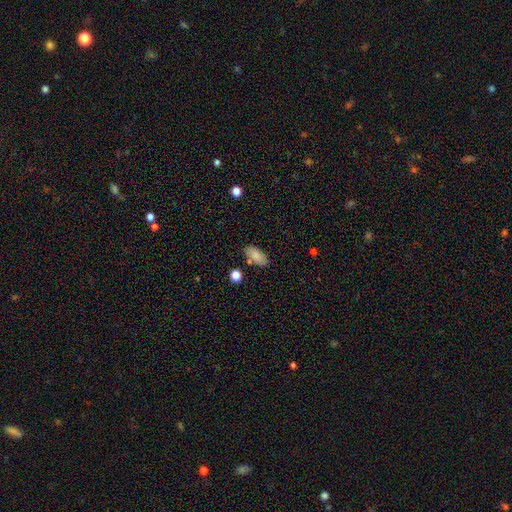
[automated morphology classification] Smooth or featured? smooth (84%)
How rounded? in between (90%)
Merging? none (76%)